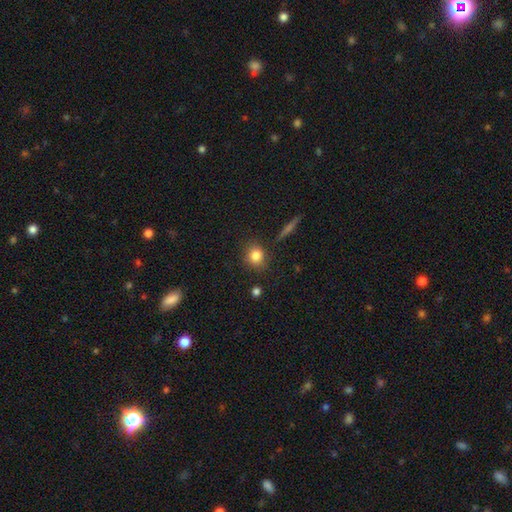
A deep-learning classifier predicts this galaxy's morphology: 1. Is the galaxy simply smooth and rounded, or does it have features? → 83% smooth, 10% star or artifact, 7% featured or disk.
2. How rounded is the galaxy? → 82% round, 16% in between, 2% cigar-shaped.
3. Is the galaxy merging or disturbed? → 85% none, 10% minor disturbance, 3% merger, 3% major disturbance.